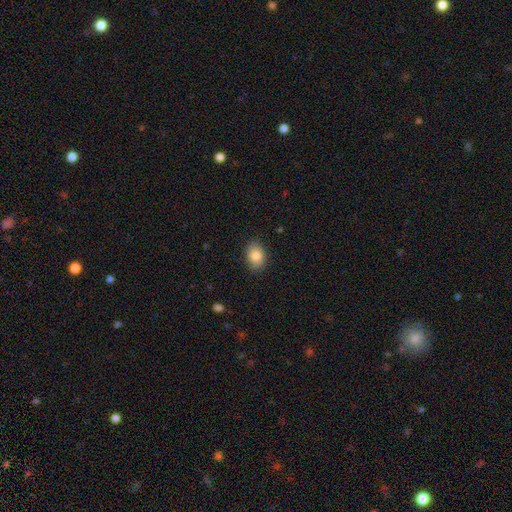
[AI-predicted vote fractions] A smooth galaxy with no disk features (84%) that is in between round and cigar-shaped (74%). Merging: none (86%).